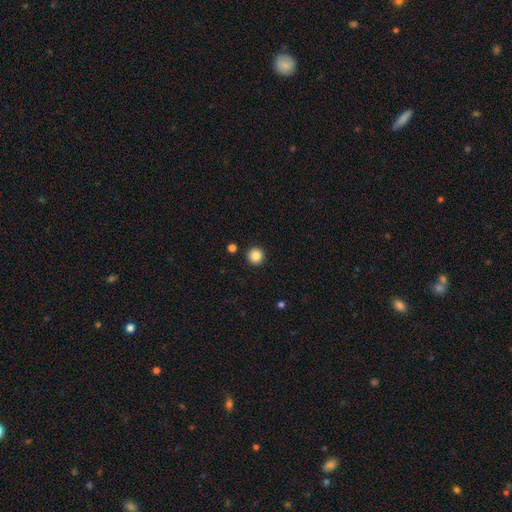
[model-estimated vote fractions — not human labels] smooth-or-featured: smooth: 86% | star or artifact: 10% | featured or disk: 4%
  how-rounded: round: 96% | in between: 3% | cigar-shaped: 1%
  merging: none: 92% | minor disturbance: 5% | merger: 2% | major disturbance: 2%